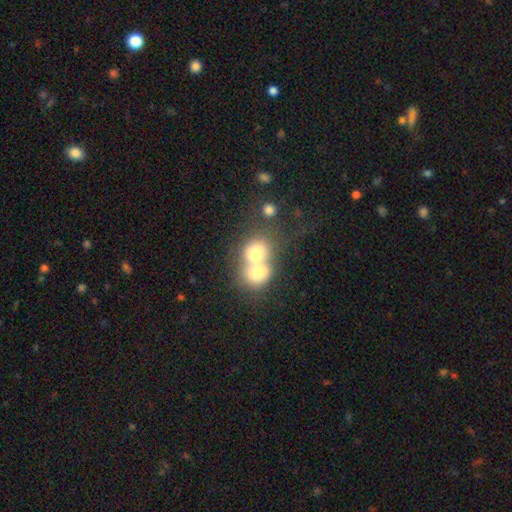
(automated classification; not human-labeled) This appears to be a smooth galaxy with no disk features (69%) that is round (63%). Merging: merger (75%).